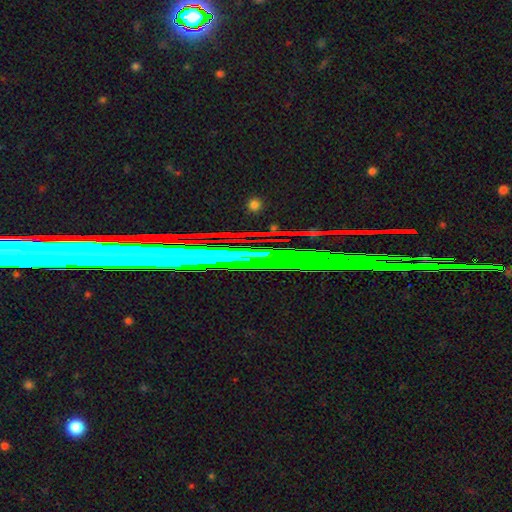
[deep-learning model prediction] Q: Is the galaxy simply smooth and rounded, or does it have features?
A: star or artifact — 72%.